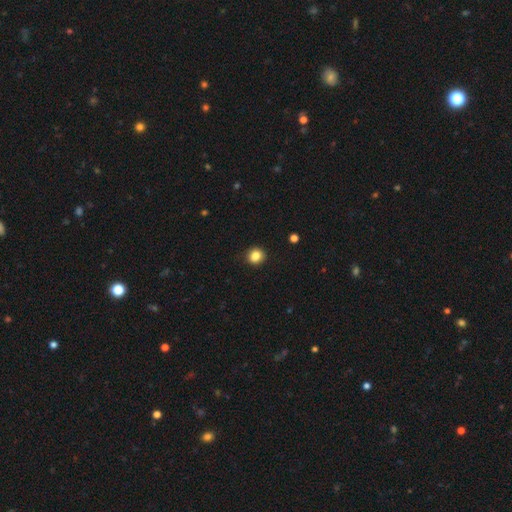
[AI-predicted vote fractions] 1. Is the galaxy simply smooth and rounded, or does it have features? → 85% smooth, 11% star or artifact, 4% featured or disk.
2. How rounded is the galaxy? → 81% round, 18% in between, 1% cigar-shaped.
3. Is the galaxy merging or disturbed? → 91% none, 7% minor disturbance, 2% major disturbance, 1% merger.